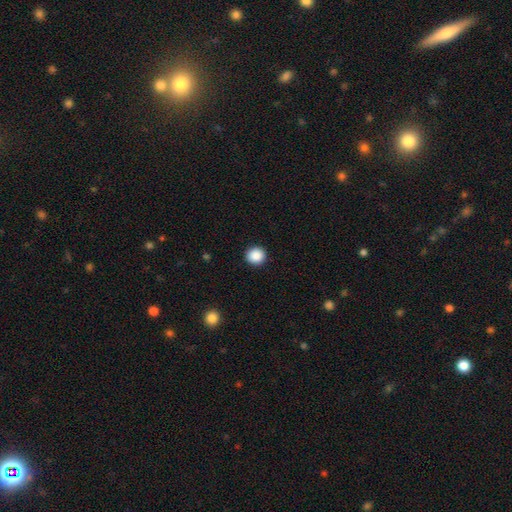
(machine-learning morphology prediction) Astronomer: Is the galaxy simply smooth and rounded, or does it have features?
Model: smooth — 89%.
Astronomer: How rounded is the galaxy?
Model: round — 93%.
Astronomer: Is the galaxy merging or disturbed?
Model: none — 92%.